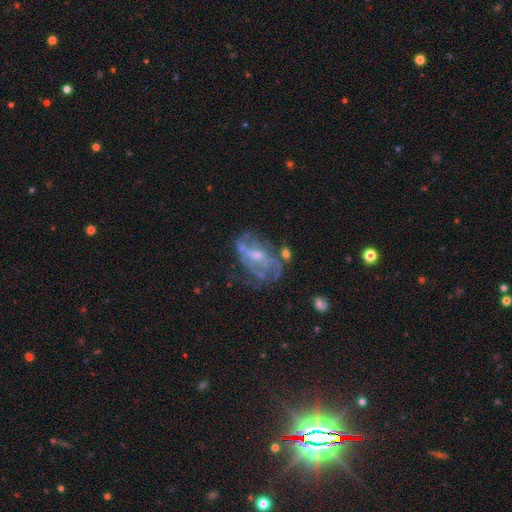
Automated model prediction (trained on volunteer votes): This appears to be a featured or disk galaxy (76%) with no bar (52%), spiral arms (66%) and a small central bulge (48%). Merging: none (47%).